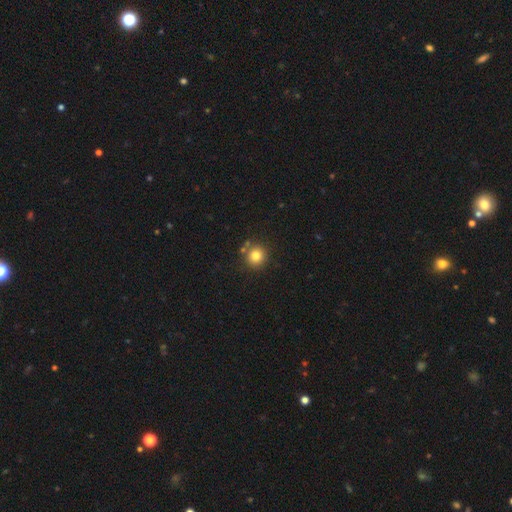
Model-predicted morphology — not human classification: The model was most divided on "smooth or featured": smooth: 81%, star or artifact: 12%, featured or disk: 7%. More confident: how rounded — round (92%); merging — none (80%).